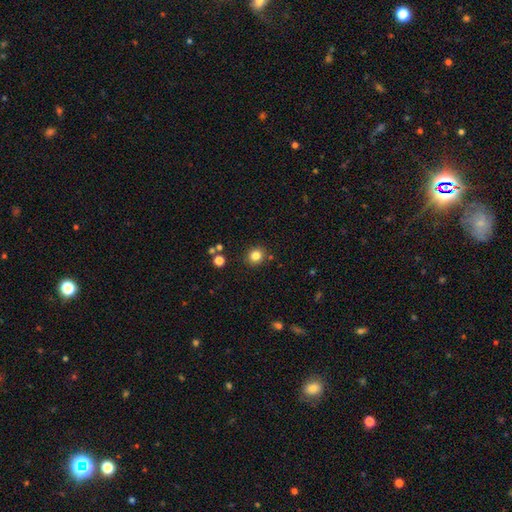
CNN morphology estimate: This appears to be a smooth galaxy with no disk features (82%) that is round (87%). Merging: none (87%).